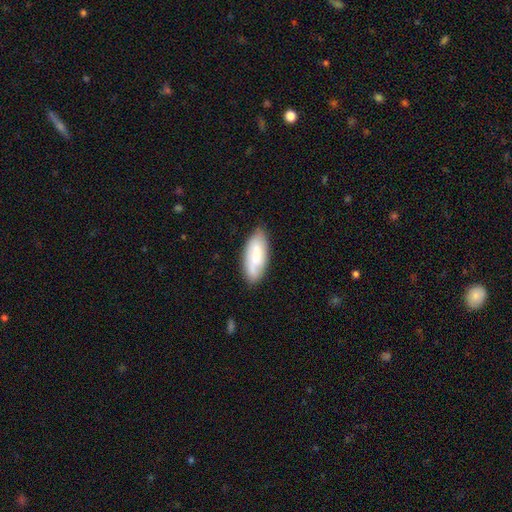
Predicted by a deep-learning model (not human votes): Overall: smooth (64%; featured or disk 30%). How rounded: in between (82%). Merging: none (76%).